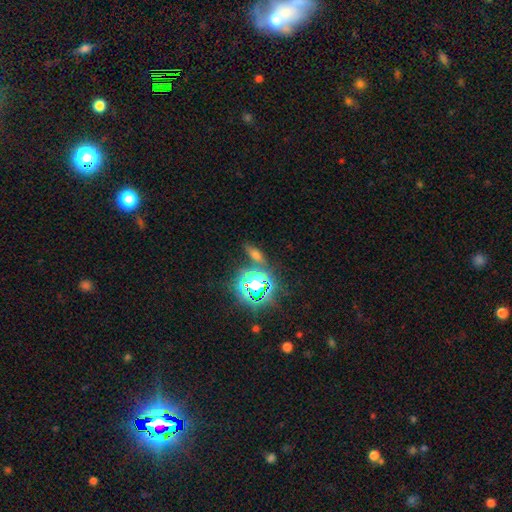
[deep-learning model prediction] This appears to be a star or artifact, not a galaxy (43%).